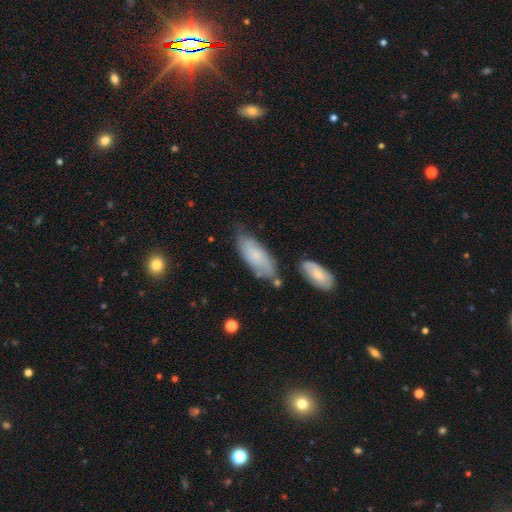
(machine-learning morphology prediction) type=smooth (66%); roundness=in between (80%); merging=none (60%).